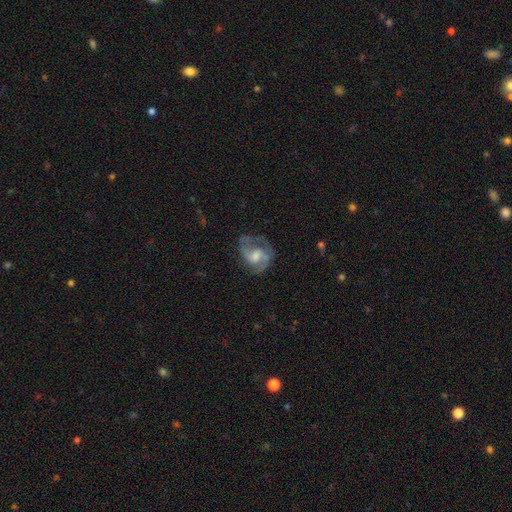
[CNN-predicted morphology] Smooth or featured: featured or disk — 78% (smooth — 16%)
Edge-on disk: no — 98% (yes — 2%)
Bar: weak — 48% (no — 42%)
Spiral arms: yes — 91% (no — 9%)
Spiral winding: medium — 52% (loose — 28%)
Spiral arm count: 2 — 75% (can't tell — 9%)
Bulge size: moderate — 48% (small — 32%)
Merging: none — 57% (minor disturbance — 22%)